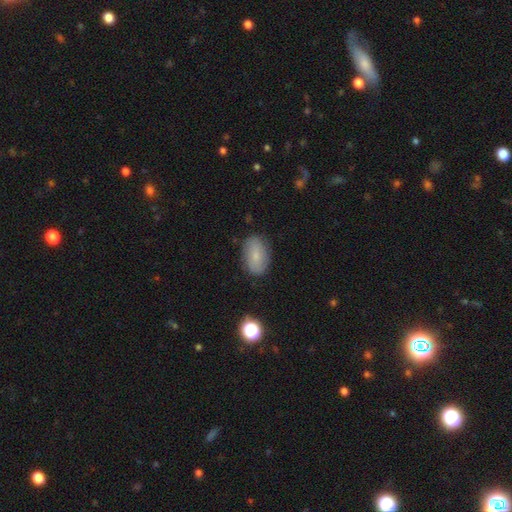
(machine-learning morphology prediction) smooth_or_featured: smooth (p=0.68) [alt: featured or disk p=0.22]
how_rounded: in between (p=0.87) [alt: round p=0.11]
merging: none (p=0.82) [alt: minor disturbance p=0.13]